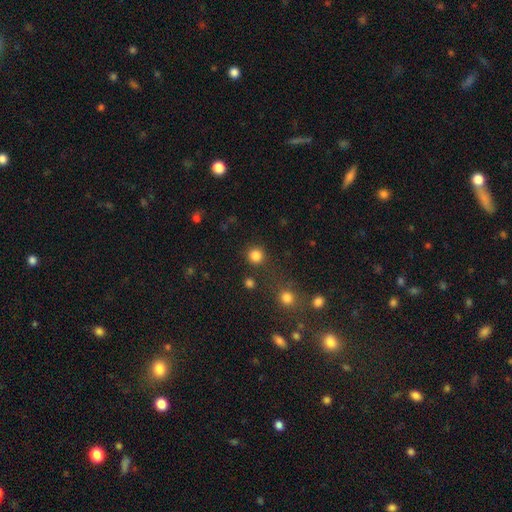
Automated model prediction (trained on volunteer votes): A smooth galaxy with no disk features (83%) that is round (94%).

Vote fractions:
- Smooth or featured? smooth: 83% / star or artifact: 13% / featured or disk: 4%
- How rounded? round: 94% / in between: 5% / cigar-shaped: 1%
- Merging? none: 86% / minor disturbance: 6% / merger: 5% / major disturbance: 3%